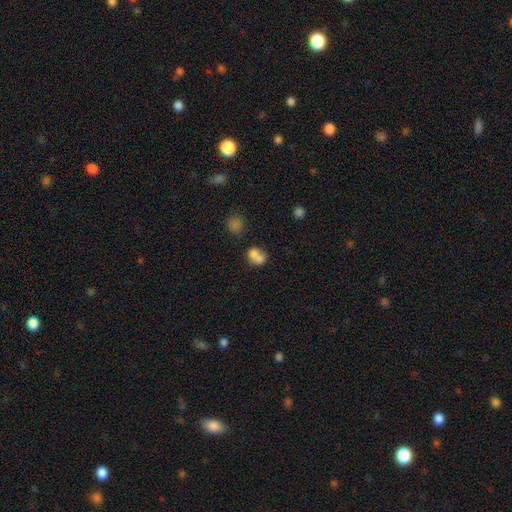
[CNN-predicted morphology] type=smooth (73%); roundness=round (58%); merging=merger (63%).